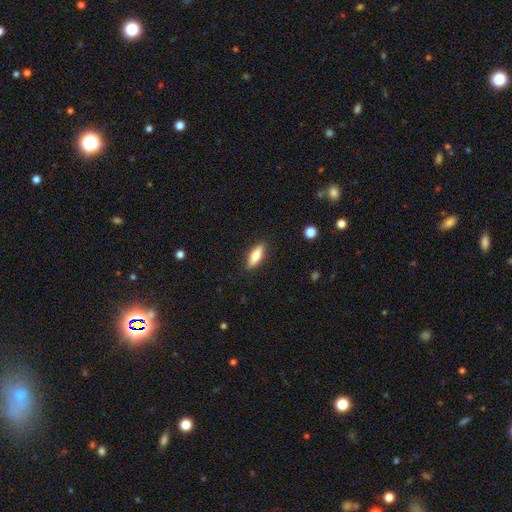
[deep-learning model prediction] This is likely a smooth galaxy (63%). How rounded: possibly cigar-shaped (49%). Merging: clearly none (88%).